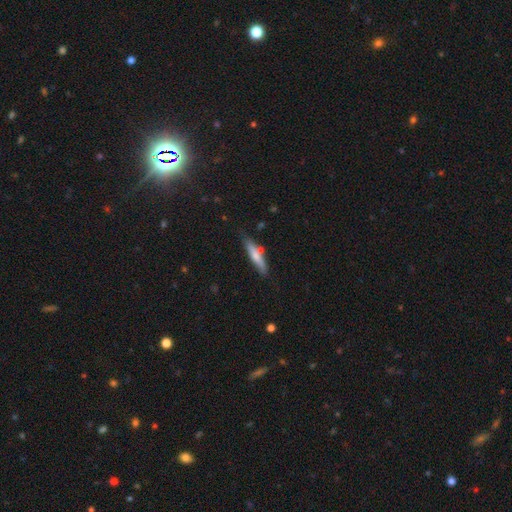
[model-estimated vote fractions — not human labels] Q: Smooth or featured?
A: smooth (63%); runner-up: featured or disk (31%)
Q: How rounded?
A: cigar-shaped (84%); runner-up: in between (14%)
Q: Merging?
A: none (74%); runner-up: minor disturbance (15%)